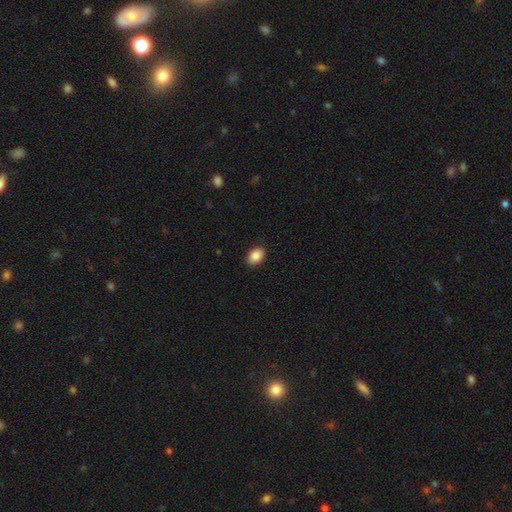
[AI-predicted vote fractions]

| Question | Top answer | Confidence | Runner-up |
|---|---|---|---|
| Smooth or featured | smooth | 89% | star or artifact (8%) |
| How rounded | in between | 82% | round (17%) |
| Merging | none | 89% | minor disturbance (8%) |